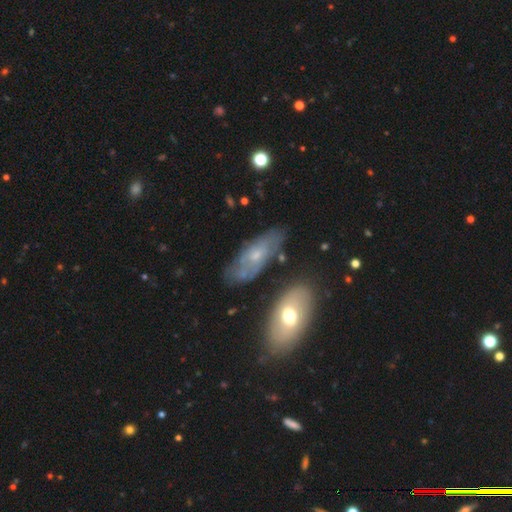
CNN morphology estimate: featured or disk 53%, smooth 38%, star or artifact 8%. Down the decision tree: edge-on disk — no (83%); merging — none (69%).